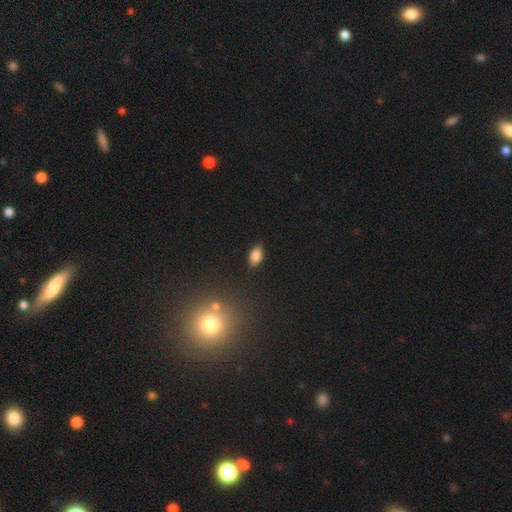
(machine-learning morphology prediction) The model was most divided on "smooth or featured": smooth: 85%, star or artifact: 10%, featured or disk: 6%. More confident: how rounded — in between (92%); merging — none (86%).